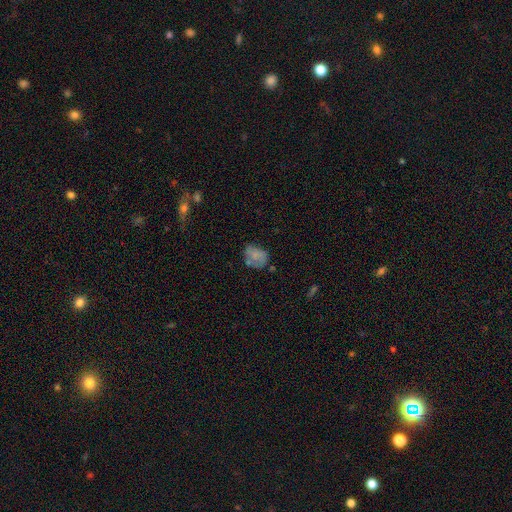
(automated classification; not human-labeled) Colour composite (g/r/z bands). It shows a smooth galaxy with no disk features (67%) that is in between round and cigar-shaped (64%). Merging: none (49%).